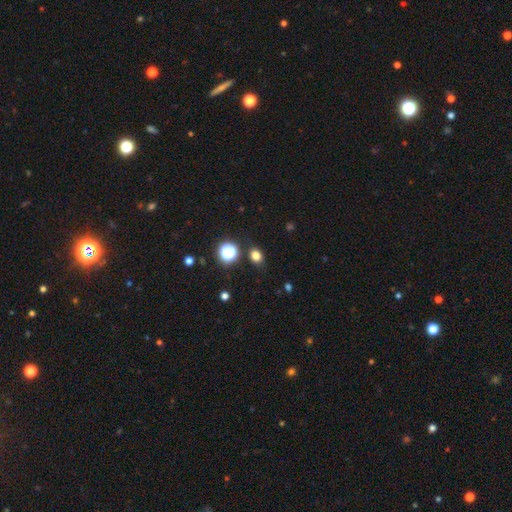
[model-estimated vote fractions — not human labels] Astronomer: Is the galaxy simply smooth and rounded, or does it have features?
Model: smooth — 77%.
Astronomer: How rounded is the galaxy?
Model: round — 52% (runner-up: in between, 47%).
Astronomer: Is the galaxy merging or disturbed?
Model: none — 83%.